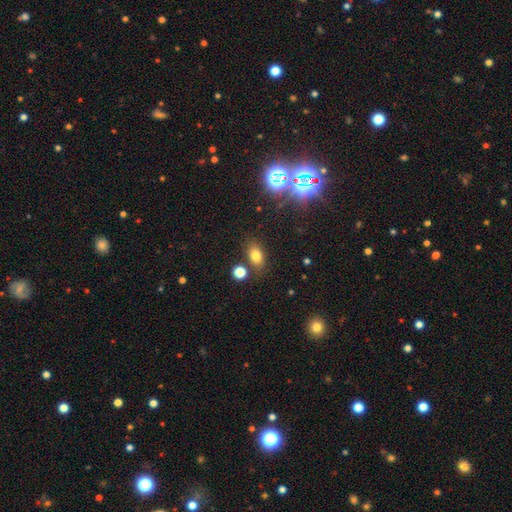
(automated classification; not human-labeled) The model was most divided on "smooth or featured": smooth: 75%, star or artifact: 16%, featured or disk: 9%. More confident: how rounded — in between (80%); merging — none (76%).